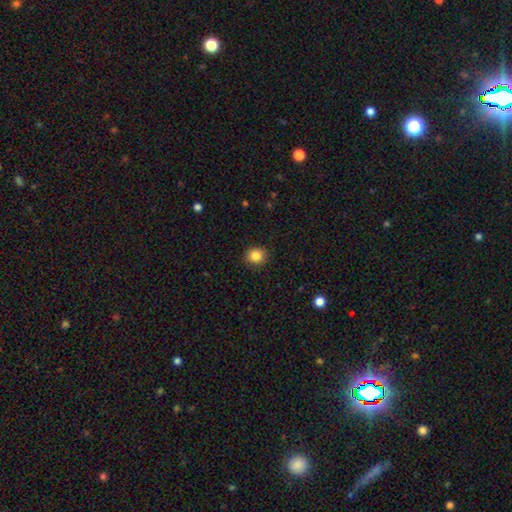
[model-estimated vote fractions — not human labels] Smooth or featured? Predicted: smooth (p=0.85). How rounded? Predicted: round (p=0.87). Merging? Predicted: none (p=0.90).